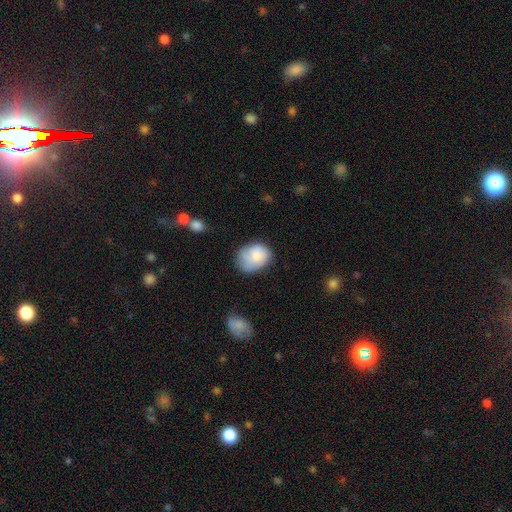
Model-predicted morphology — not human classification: smooth 68%, featured or disk 25%, star or artifact 7%. Down the decision tree: how rounded — in between (56%); merging — none (52%).